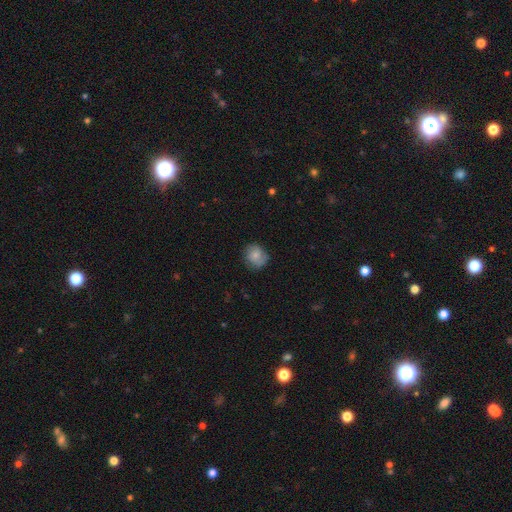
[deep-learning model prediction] Smooth or featured? Predicted: smooth (p=0.74). How rounded? Predicted: round (p=0.73). Merging? Predicted: none (p=0.71).